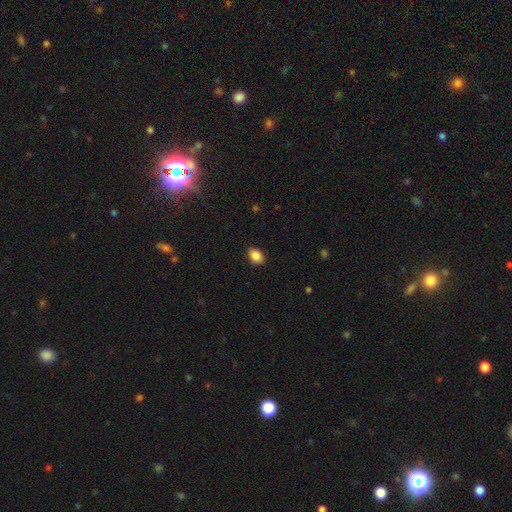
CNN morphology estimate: Q: Smooth or featured?
A: smooth (88%); runner-up: star or artifact (8%)
Q: How rounded?
A: in between (81%); runner-up: round (18%)
Q: Merging?
A: none (88%); runner-up: minor disturbance (9%)